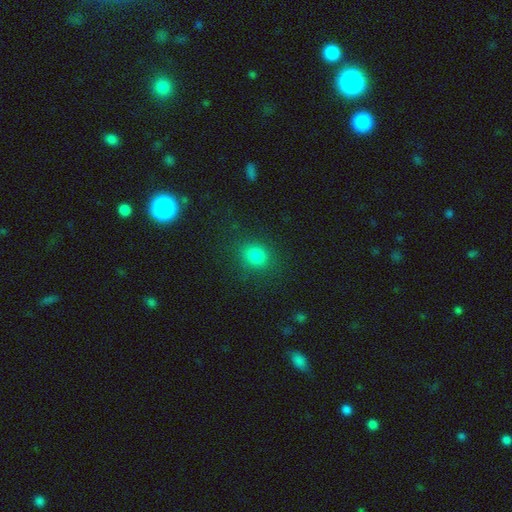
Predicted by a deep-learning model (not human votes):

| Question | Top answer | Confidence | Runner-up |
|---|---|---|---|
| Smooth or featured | smooth | 81% | star or artifact (14%) |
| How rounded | round | 70% | in between (28%) |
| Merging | none | 84% | minor disturbance (10%) |